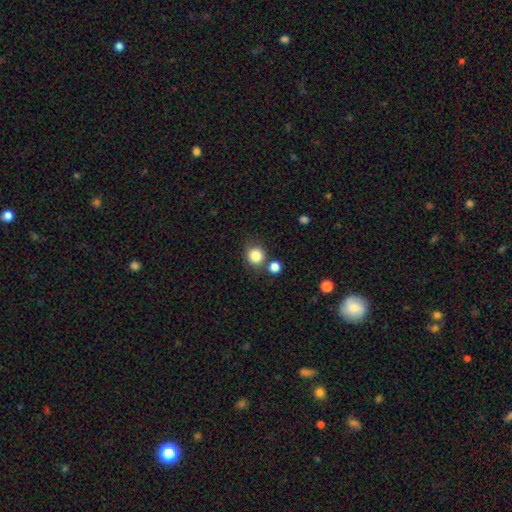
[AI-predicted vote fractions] smooth-or-featured: smooth: 84% | star or artifact: 11% | featured or disk: 5%
  how-rounded: round: 89% | in between: 11% | cigar-shaped: 1%
  merging: none: 74% | merger: 13% | minor disturbance: 10% | major disturbance: 3%